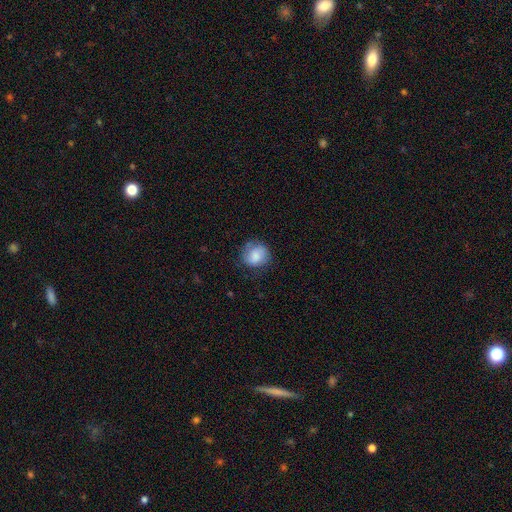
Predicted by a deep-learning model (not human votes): smooth-or-featured: smooth: 73% | featured or disk: 20% | star or artifact: 8%
  how-rounded: round: 81% | in between: 18% | cigar-shaped: 1%
  merging: none: 66% | minor disturbance: 23% | major disturbance: 9% | merger: 2%